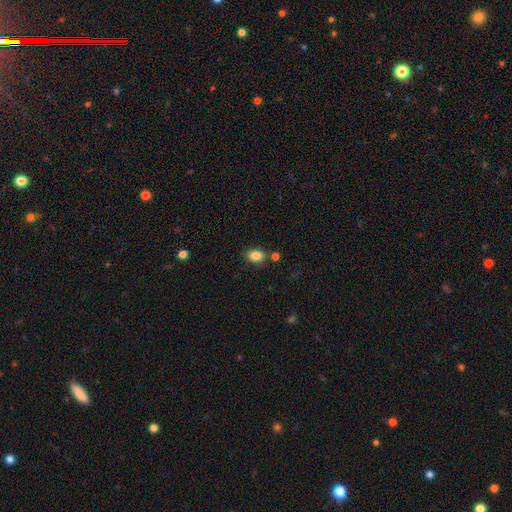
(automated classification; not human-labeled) Smooth or featured?
  - smooth: 85% *
  - star or artifact: 9%
  - featured or disk: 5%
How rounded?
  - in between: 75% *
  - round: 24%
  - cigar-shaped: 1%
Merging?
  - none: 78% *
  - minor disturbance: 11%
  - merger: 8%
  - major disturbance: 3%